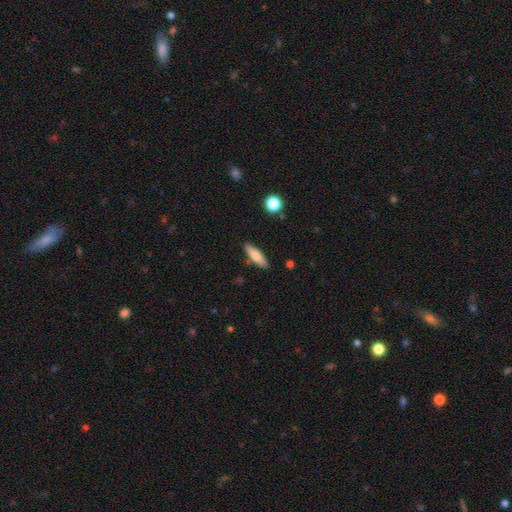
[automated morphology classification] A smooth galaxy with no disk features (75%) that is cigar-shaped (54%). Merging: none (86%).